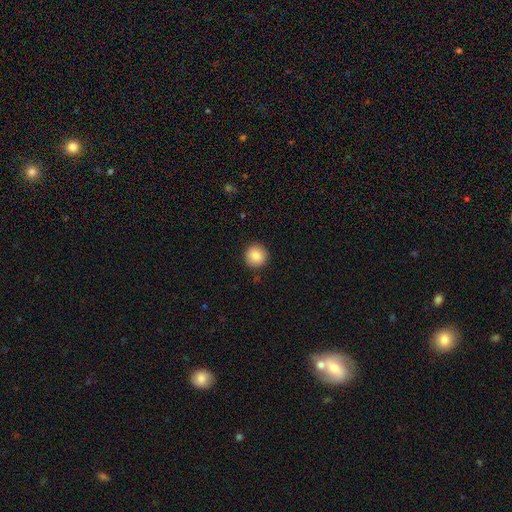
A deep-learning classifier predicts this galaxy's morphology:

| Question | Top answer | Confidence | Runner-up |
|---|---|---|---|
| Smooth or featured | smooth | 87% | star or artifact (8%) |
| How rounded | round | 95% | in between (4%) |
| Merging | none | 91% | minor disturbance (6%) |